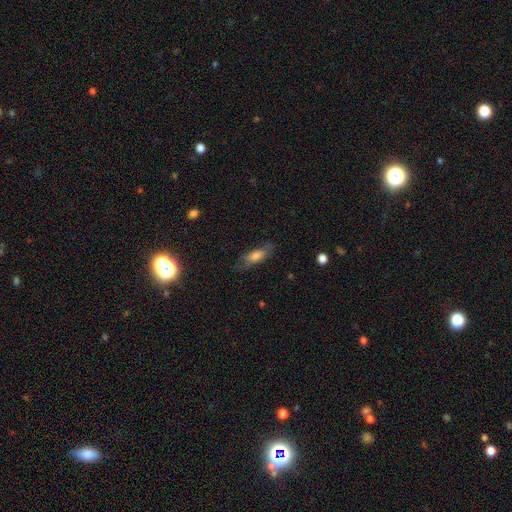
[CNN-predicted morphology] smooth 63%, featured or disk 28%, star or artifact 9%. Down the decision tree: how rounded — in between (65%); merging — none (69%).